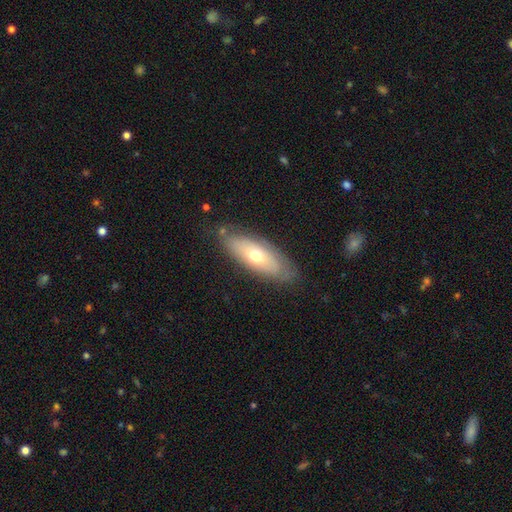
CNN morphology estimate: A smooth galaxy with no disk features (53%) that is in between round and cigar-shaped (69%). Merging: none (77%).